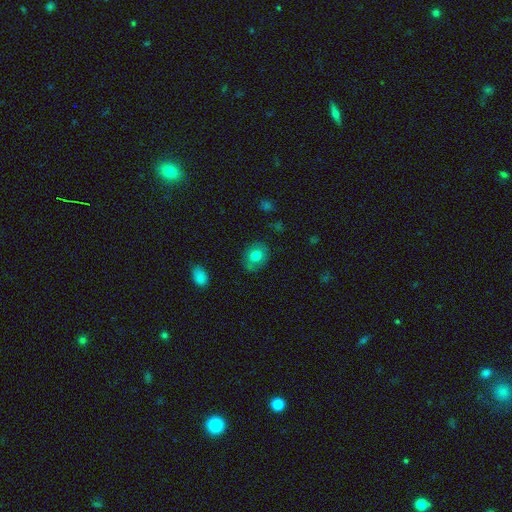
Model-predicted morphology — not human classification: Smooth or featured?
  - smooth: 74% *
  - featured or disk: 17%
  - star or artifact: 8%
How rounded?
  - round: 50% *
  - in between: 49%
  - cigar-shaped: 1%
Merging?
  - none: 81% *
  - minor disturbance: 13%
  - major disturbance: 4%
  - merger: 1%